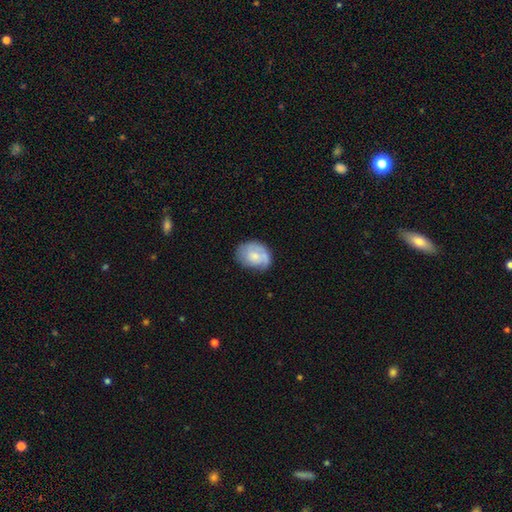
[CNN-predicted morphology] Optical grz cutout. It shows a smooth galaxy with no disk features (56%) that is in between round and cigar-shaped (63%). Merging: none (59%).